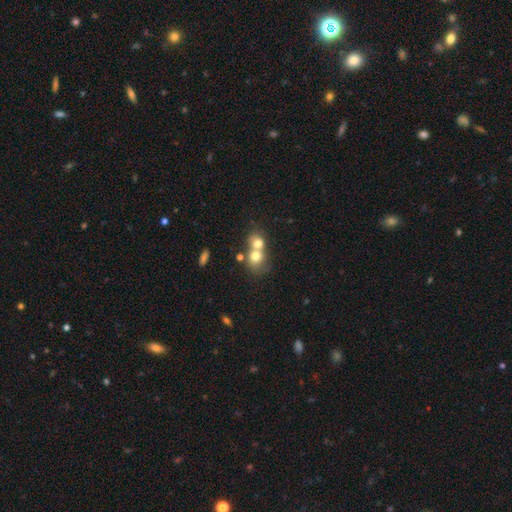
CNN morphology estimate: Smooth or featured? Predicted: smooth (p=0.70). How rounded? Predicted: round (p=0.63). Merging? Predicted: merger (p=0.72).